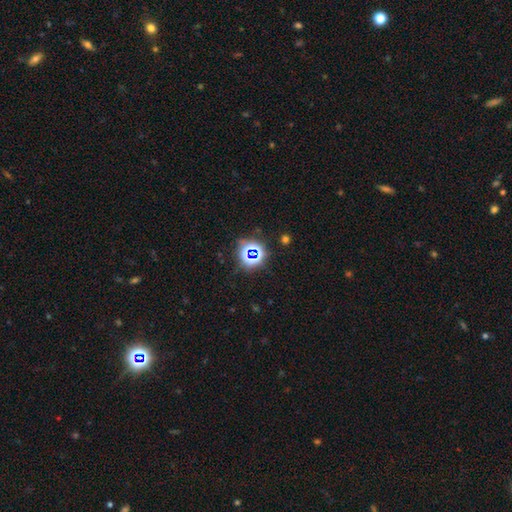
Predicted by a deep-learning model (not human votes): Smooth or featured: star or artifact — 71% (smooth — 20%)